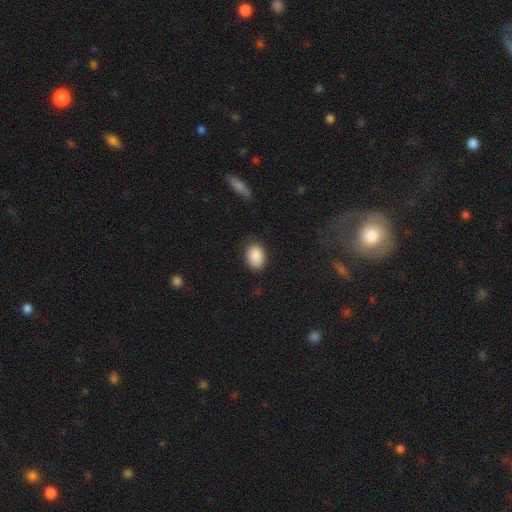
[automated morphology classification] Overall: smooth (89%). How rounded: in between (77%). Merging: none (83%).